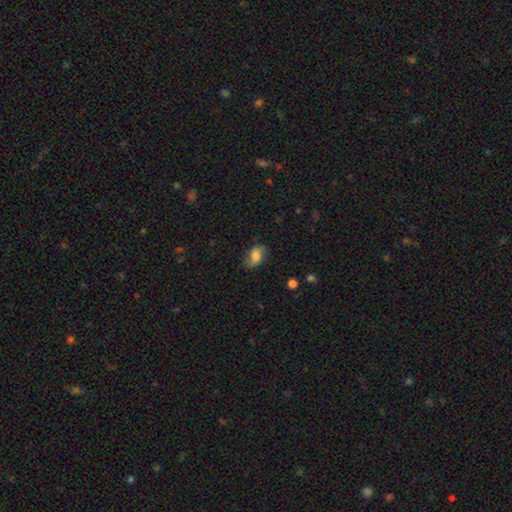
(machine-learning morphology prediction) Smooth or featured? smooth (61%)
How rounded? in between (85%)
Merging? none (71%)